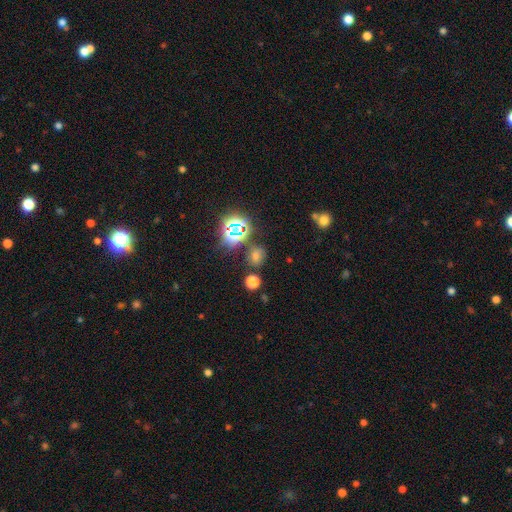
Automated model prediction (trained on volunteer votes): A star or artifact, not a galaxy (48%).

Vote fractions:
- Smooth or featured? star or artifact: 48% / smooth: 44% / featured or disk: 8%